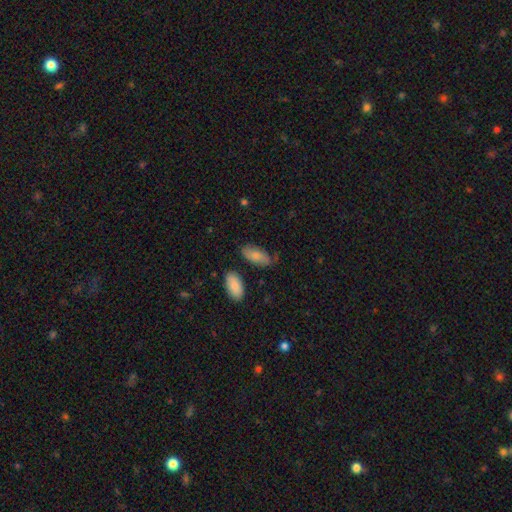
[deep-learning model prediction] Smooth or featured?
  - smooth: 77% *
  - featured or disk: 17%
  - star or artifact: 7%
How rounded?
  - in between: 90% *
  - cigar-shaped: 7%
  - round: 3%
Merging?
  - none: 69% *
  - minor disturbance: 21%
  - major disturbance: 5%
  - merger: 5%